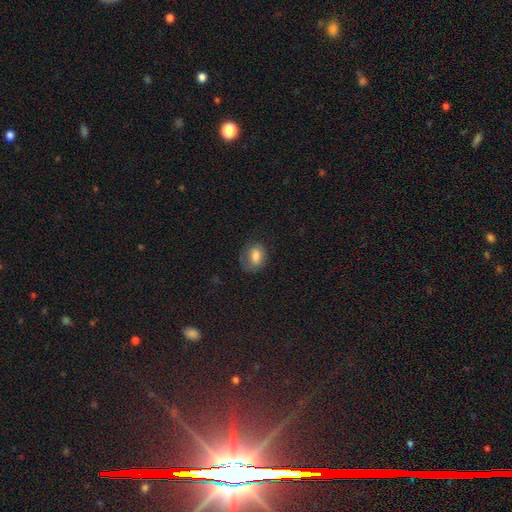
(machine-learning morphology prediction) This appears to be a smooth galaxy with no disk features (74%) that is in between round and cigar-shaped (67%). Merging: none (60%).